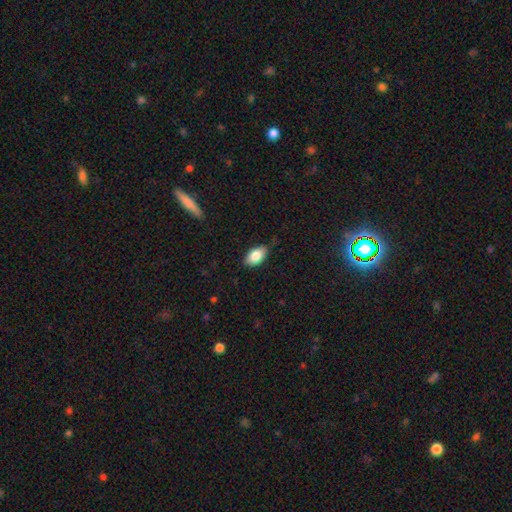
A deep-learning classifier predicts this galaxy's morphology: smooth-or-featured: smooth: 84% | featured or disk: 9% | star or artifact: 7%
  how-rounded: in between: 92% | round: 6% | cigar-shaped: 2%
  merging: none: 79% | minor disturbance: 17% | major disturbance: 3% | merger: 1%